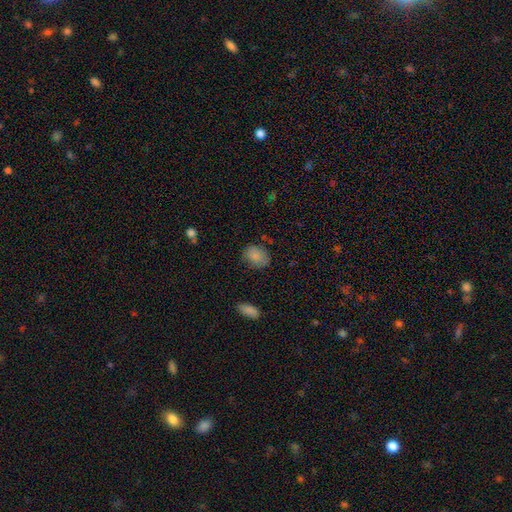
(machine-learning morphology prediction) smooth-or-featured: smooth: 84% | star or artifact: 8% | featured or disk: 8%
  how-rounded: in between: 63% | round: 35% | cigar-shaped: 1%
  merging: none: 72% | minor disturbance: 22% | major disturbance: 5% | merger: 2%